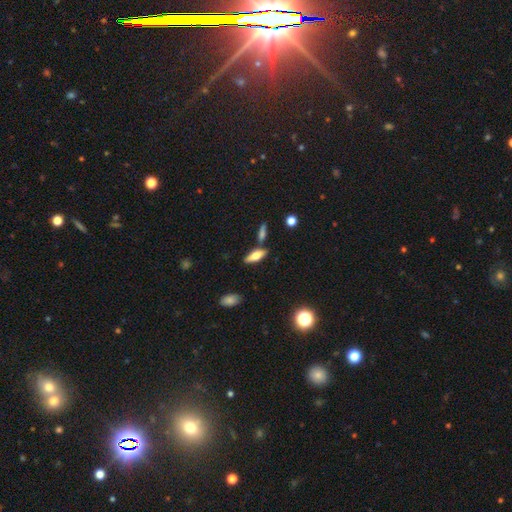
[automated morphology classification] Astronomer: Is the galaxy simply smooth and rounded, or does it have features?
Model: smooth — 57% (runner-up: featured or disk, 35%).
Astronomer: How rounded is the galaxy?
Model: in between — 66%.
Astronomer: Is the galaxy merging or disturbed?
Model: none — 75%.